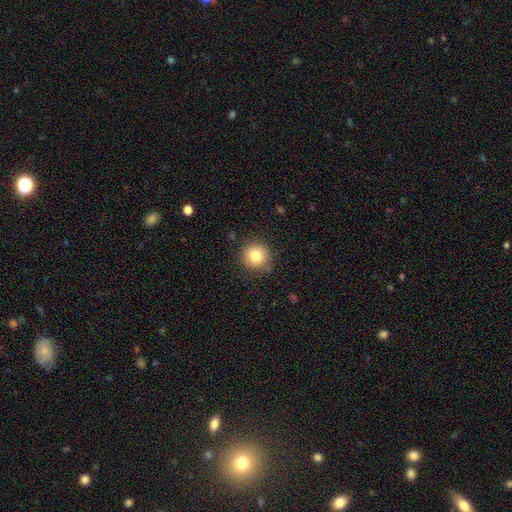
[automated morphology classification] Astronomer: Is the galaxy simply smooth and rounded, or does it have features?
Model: smooth — 81%.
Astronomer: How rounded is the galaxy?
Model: round — 93%.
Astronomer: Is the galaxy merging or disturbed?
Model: none — 87%.